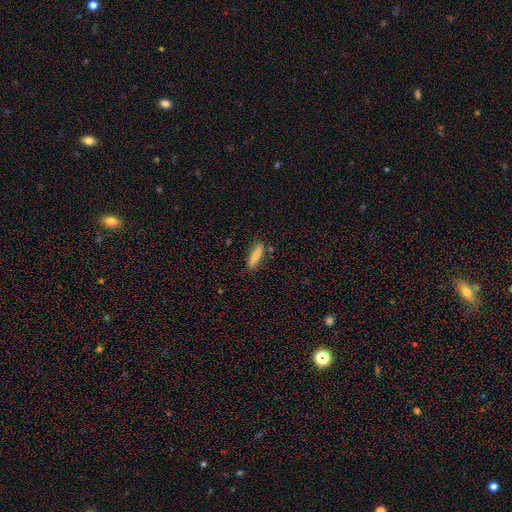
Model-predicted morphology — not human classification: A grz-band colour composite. It shows a smooth galaxy with no disk features (74%) that is cigar-shaped (60%). Merging: none (82%).